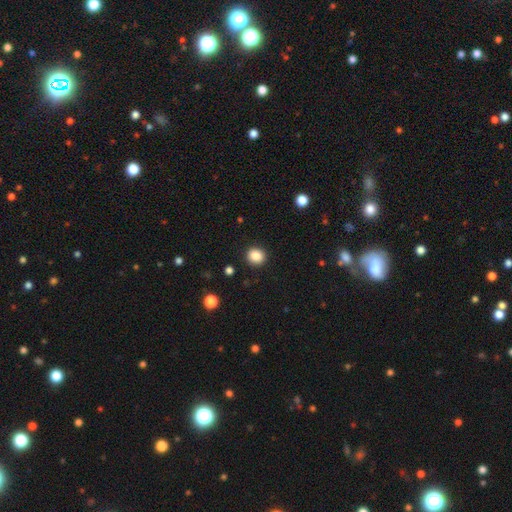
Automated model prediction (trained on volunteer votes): smooth_or_featured: smooth (p=0.87) [alt: star or artifact p=0.10]
how_rounded: round (p=0.81) [alt: in between p=0.19]
merging: none (p=0.90) [alt: minor disturbance p=0.06]